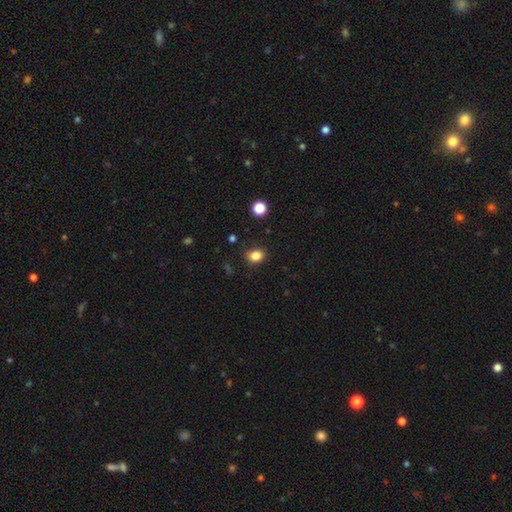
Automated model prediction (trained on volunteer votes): This appears to be a smooth galaxy with no disk features (84%) that is in between round and cigar-shaped (53%). Merging: none (83%).